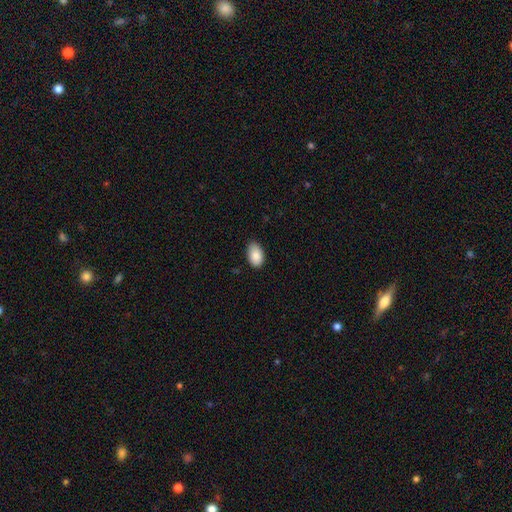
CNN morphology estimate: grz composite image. It shows a smooth galaxy with no disk features (87%) that is in between round and cigar-shaped (92%). Merging: none (78%).